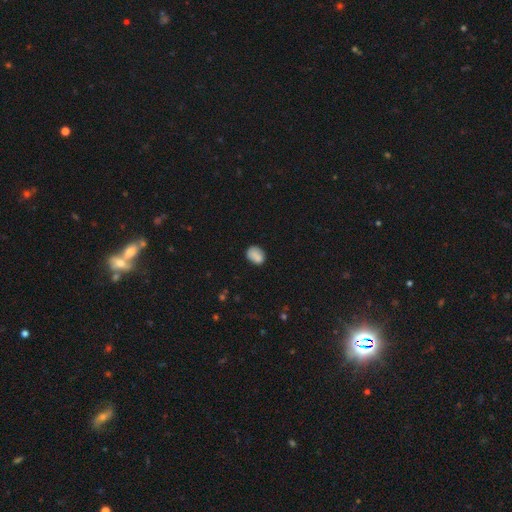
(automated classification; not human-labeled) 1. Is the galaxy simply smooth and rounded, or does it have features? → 83% smooth, 9% star or artifact, 7% featured or disk.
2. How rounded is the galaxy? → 65% in between, 34% round, 1% cigar-shaped.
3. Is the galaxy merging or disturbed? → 69% none, 22% minor disturbance, 5% major disturbance, 4% merger.